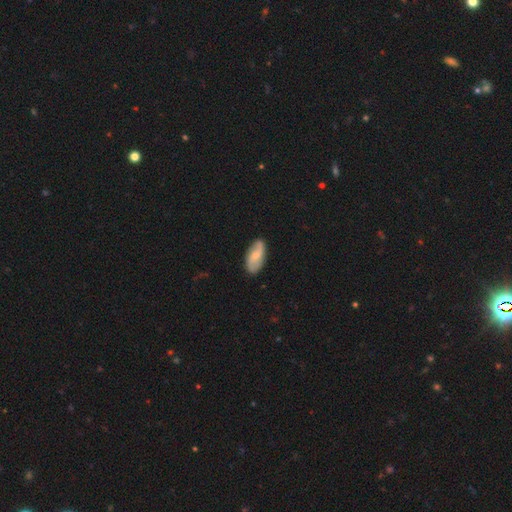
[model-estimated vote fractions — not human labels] smooth_or_featured: featured or disk (p=0.52) [alt: smooth p=0.42]
disk_edge_on: no (p=0.94) [alt: yes p=0.06]
merging: none (p=0.82) [alt: minor disturbance p=0.14]